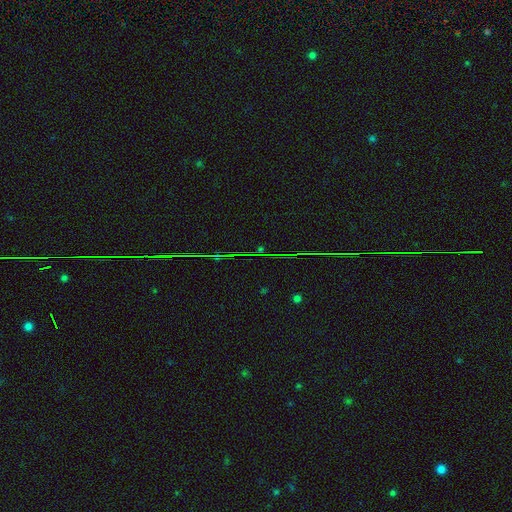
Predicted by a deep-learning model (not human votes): Smooth or featured? star or artifact (81%)